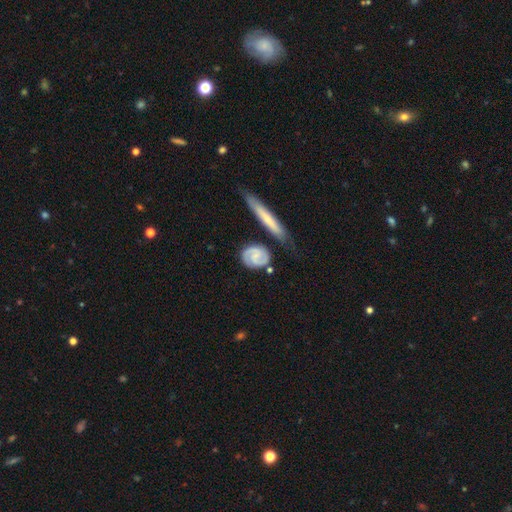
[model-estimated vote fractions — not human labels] Morphology: type=featured or disk (72%); edge-on=no (94%); bar=no (52%); spiral arms=yes (95%); winding=tight (51%); arm count=2 (86%); bulge=small (51%); merging=none (71%).